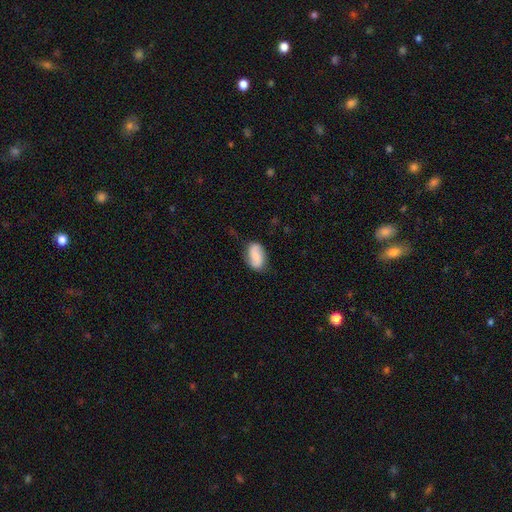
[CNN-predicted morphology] The model was most divided on "smooth or featured": smooth: 61%, featured or disk: 32%, star or artifact: 8%. More confident: how rounded — in between (90%); merging — none (73%).